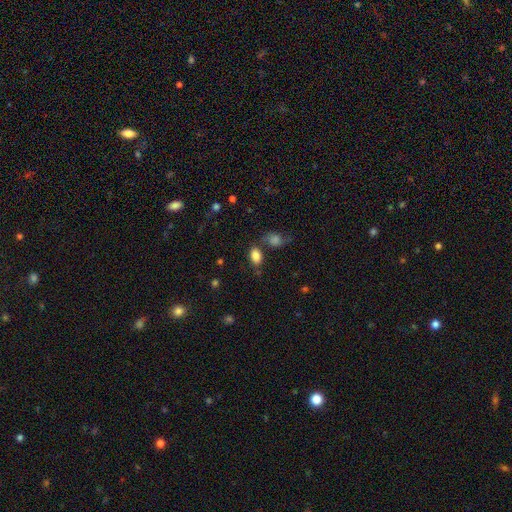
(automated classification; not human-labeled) Smooth or featured? Predicted: smooth (p=0.84). How rounded? Predicted: in between (p=0.87). Merging? Predicted: none (p=0.63).